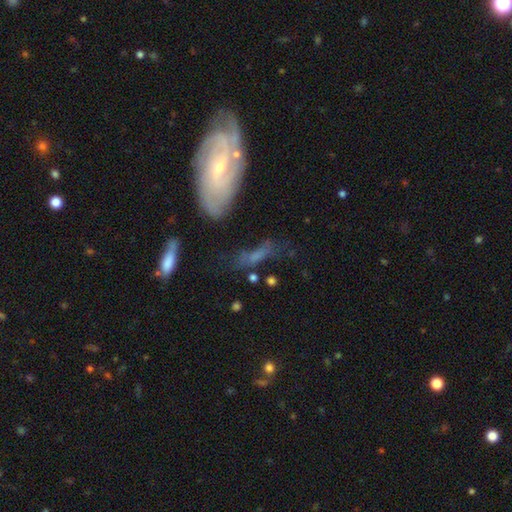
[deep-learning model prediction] Smooth or featured? smooth (42%, tied with featured or disk)
Merging? none (50%)